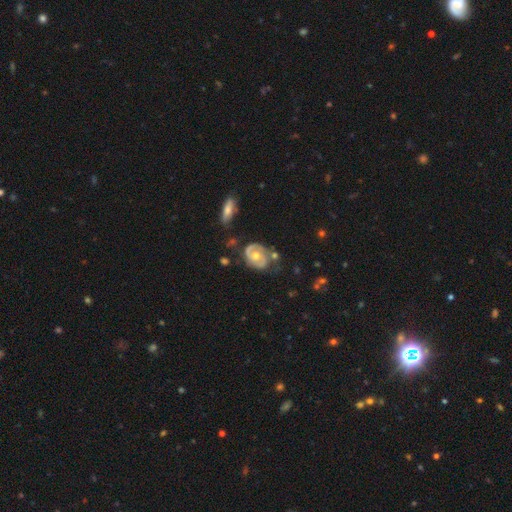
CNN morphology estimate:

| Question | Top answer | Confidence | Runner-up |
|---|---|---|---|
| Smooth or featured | featured or disk | 78% | smooth (16%) |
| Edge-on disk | no | 96% | yes (4%) |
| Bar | no | 76% | weak (19%) |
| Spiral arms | yes | 84% | no (16%) |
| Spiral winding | tight | 56% | medium (32%) |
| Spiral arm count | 2 | 65% | can't tell (16%) |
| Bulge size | moderate | 67% | small (28%) |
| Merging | none | 56% | minor disturbance (24%) |